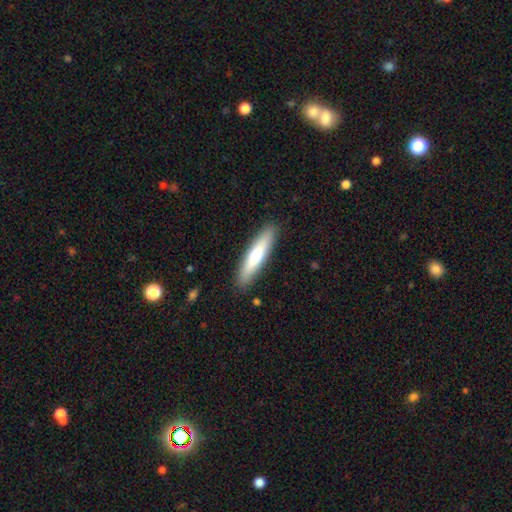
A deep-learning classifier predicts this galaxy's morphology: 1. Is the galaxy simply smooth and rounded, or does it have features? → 64% smooth, 31% featured or disk, 5% star or artifact.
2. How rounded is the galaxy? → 82% cigar-shaped, 16% in between, 1% round.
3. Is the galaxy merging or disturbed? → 89% none, 8% minor disturbance, 2% major disturbance, 1% merger.